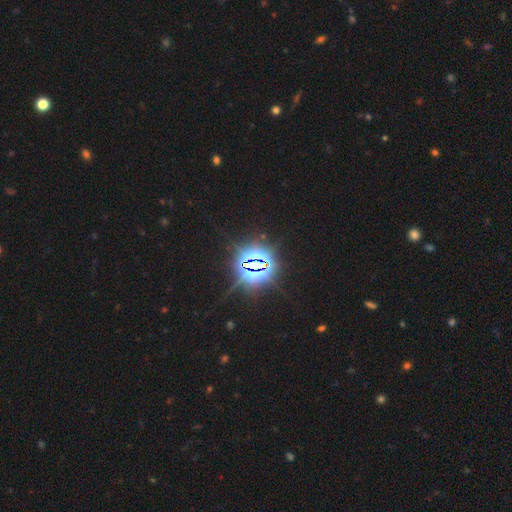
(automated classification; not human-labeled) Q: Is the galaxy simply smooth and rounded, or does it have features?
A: star or artifact — 85%.